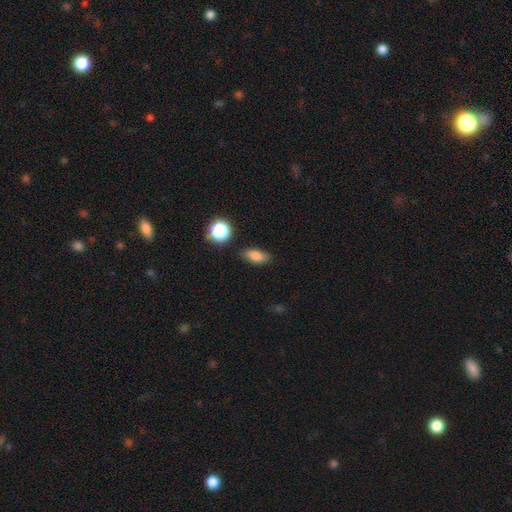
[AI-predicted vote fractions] A smooth galaxy with no disk features (81%) that is in between round and cigar-shaped (79%).

Vote fractions:
- Smooth or featured? smooth: 81% / star or artifact: 10% / featured or disk: 9%
- How rounded? in between: 79% / cigar-shaped: 12% / round: 9%
- Merging? none: 84% / minor disturbance: 11% / major disturbance: 3% / merger: 3%